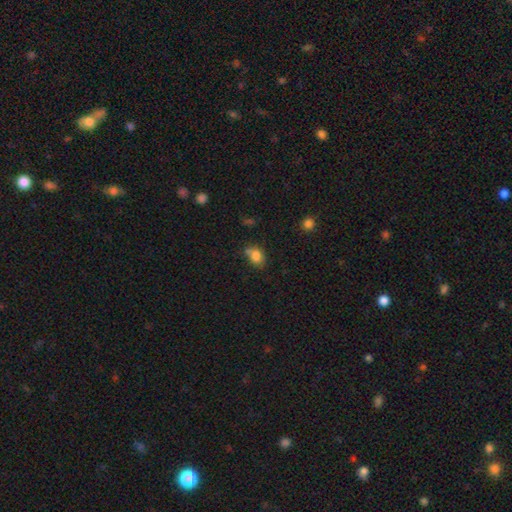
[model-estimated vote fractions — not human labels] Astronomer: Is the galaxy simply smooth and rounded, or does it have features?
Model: smooth — 81%.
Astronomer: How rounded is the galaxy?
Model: in between — 56% (runner-up: round, 43%).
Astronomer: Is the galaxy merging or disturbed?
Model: none — 54%.